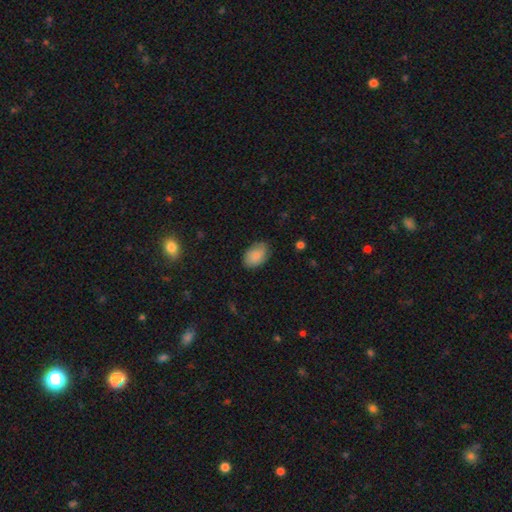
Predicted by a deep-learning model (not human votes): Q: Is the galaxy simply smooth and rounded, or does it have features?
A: smooth — 87%.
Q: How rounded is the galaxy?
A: in between — 89%.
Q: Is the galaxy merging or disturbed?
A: none — 79%.